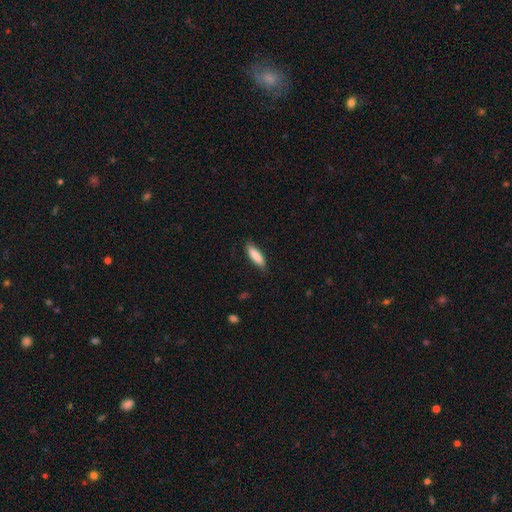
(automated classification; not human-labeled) Smooth or featured? smooth (85%)
How rounded? cigar-shaped (58%)
Merging? none (82%)